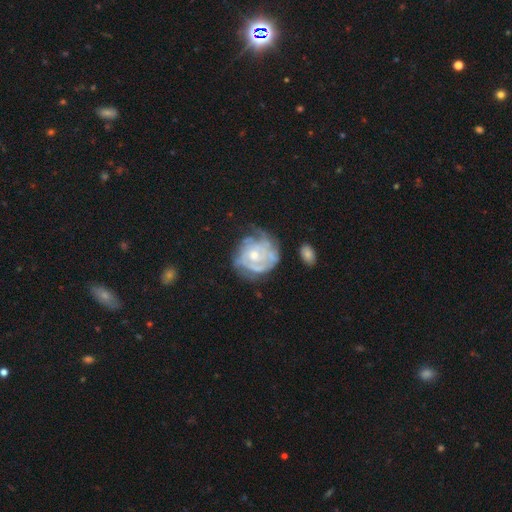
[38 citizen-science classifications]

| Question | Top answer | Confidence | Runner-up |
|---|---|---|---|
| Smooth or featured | featured or disk | 89% | smooth (8%) |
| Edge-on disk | no | 100% | — |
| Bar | no | 71% | weak (24%) |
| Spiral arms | yes | 82% | no (18%) |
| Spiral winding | tight | 68% | medium (25%) |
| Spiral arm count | can't tell | 54% | 2 (29%) |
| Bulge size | moderate | 50% | small (47%) |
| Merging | none | 62% | minor disturbance (22%) |